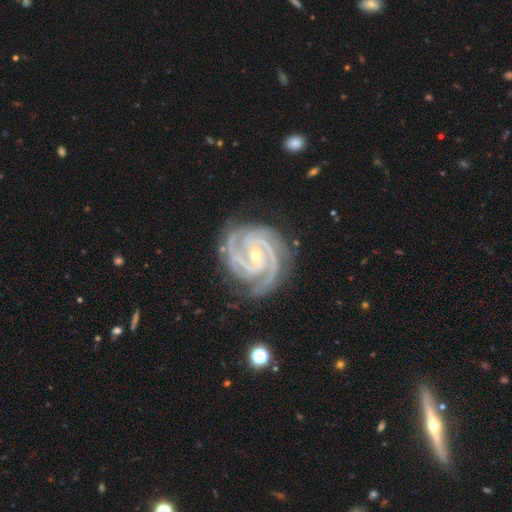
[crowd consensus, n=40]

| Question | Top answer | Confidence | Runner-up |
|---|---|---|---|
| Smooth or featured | featured or disk | 95% | smooth (2%) |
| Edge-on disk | no | 97% | yes (3%) |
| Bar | weak | 43% | no (41%) |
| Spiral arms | yes | 100% | — |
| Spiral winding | tight | 65% | medium (35%) |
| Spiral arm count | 2 | 68% | 3 (19%) |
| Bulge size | small | 76% | moderate (22%) |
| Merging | none | 85% | minor disturbance (13%) |